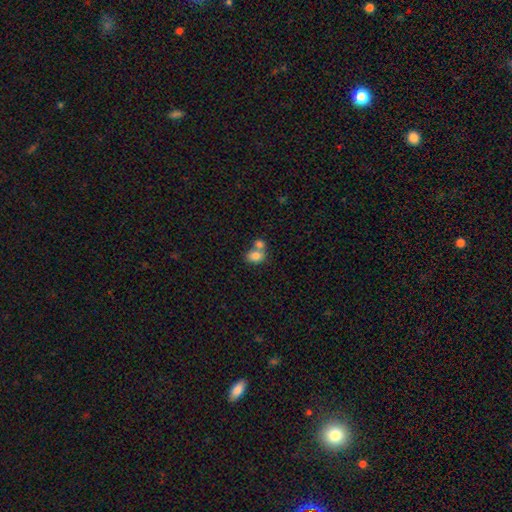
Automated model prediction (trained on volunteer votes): Smooth or featured? Predicted: smooth (p=0.80). How rounded? Predicted: in between (p=0.61). Merging? Predicted: merger (p=0.56).